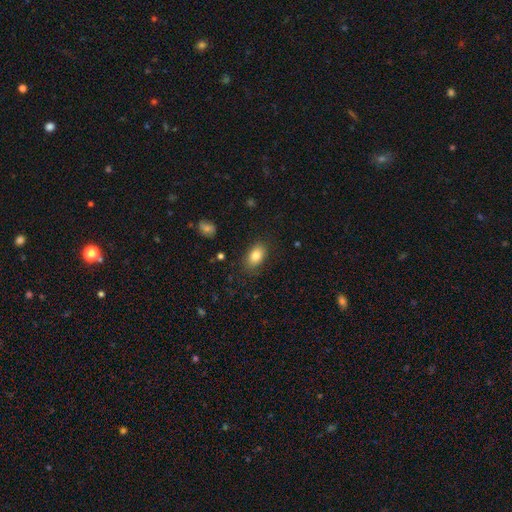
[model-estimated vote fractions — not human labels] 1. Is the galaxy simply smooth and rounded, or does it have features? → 82% smooth, 9% featured or disk, 8% star or artifact.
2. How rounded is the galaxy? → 88% in between, 10% round, 2% cigar-shaped.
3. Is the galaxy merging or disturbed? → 85% none, 11% minor disturbance, 3% major disturbance, 1% merger.